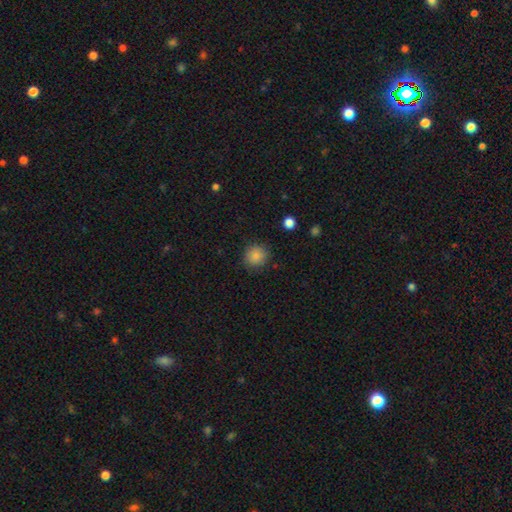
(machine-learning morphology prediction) The model was most divided on "smooth or featured": smooth: 86%, star or artifact: 10%, featured or disk: 4%. More confident: how rounded — round (90%); merging — none (87%).